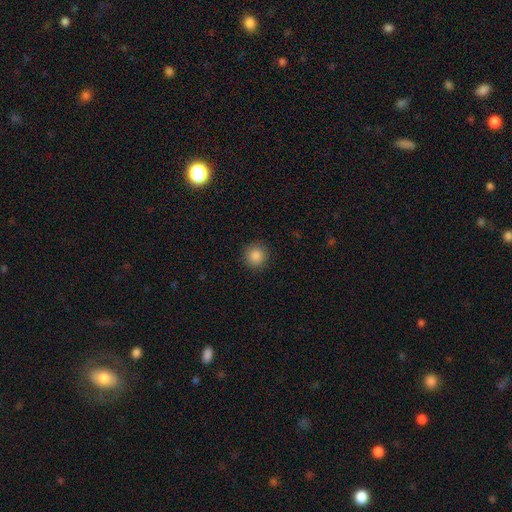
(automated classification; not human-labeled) Q: Smooth or featured?
A: smooth (87%); runner-up: star or artifact (10%)
Q: How rounded?
A: round (95%); runner-up: in between (4%)
Q: Merging?
A: none (92%); runner-up: minor disturbance (6%)